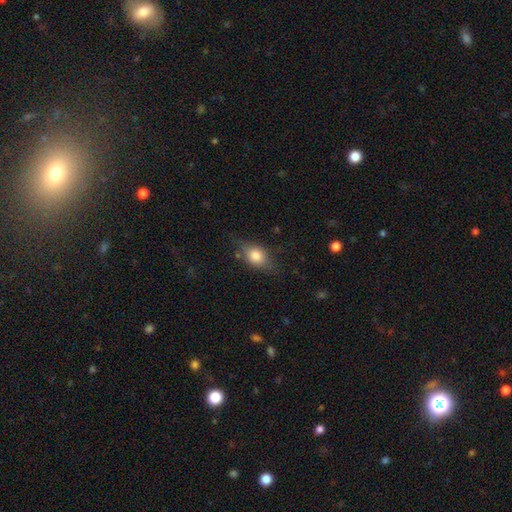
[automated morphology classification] A smooth galaxy with no disk features (75%) that is in between round and cigar-shaped (69%).

Vote fractions:
- Smooth or featured? smooth: 75% / featured or disk: 16% / star or artifact: 9%
- How rounded? in between: 69% / round: 27% / cigar-shaped: 5%
- Merging? none: 66% / minor disturbance: 25% / major disturbance: 8% / merger: 2%